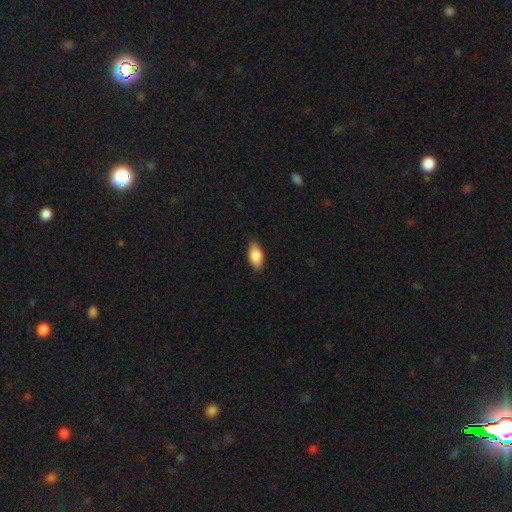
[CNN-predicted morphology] Smooth or featured?
  - smooth: 84% *
  - featured or disk: 10%
  - star or artifact: 7%
How rounded?
  - in between: 91% *
  - cigar-shaped: 5%
  - round: 4%
Merging?
  - none: 85% *
  - minor disturbance: 12%
  - major disturbance: 2%
  - merger: 1%